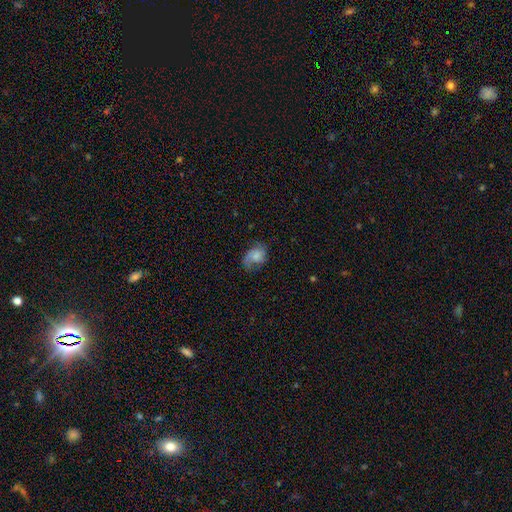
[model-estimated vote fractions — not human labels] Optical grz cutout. It shows a smooth galaxy with no disk features (50%). Merging: none (53%).